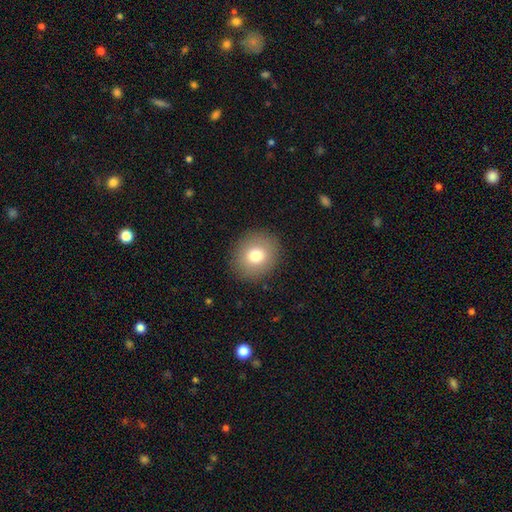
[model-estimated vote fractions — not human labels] Smooth or featured? Predicted: smooth (p=0.77). How rounded? Predicted: round (p=0.79). Merging? Predicted: none (p=0.89).